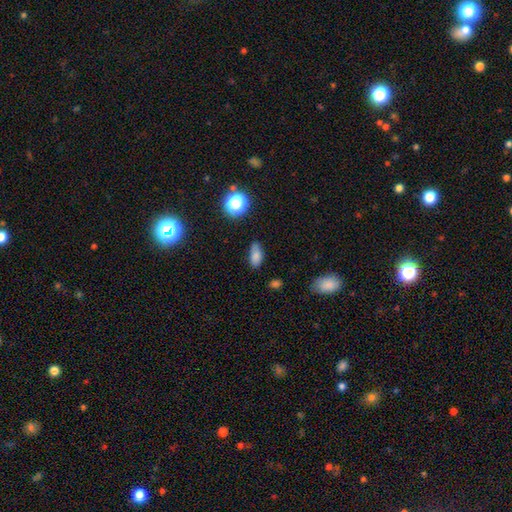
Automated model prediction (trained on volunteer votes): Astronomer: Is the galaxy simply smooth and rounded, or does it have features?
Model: smooth — 79%.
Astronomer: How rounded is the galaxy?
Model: in between — 86%.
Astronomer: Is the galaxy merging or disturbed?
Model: none — 70%.